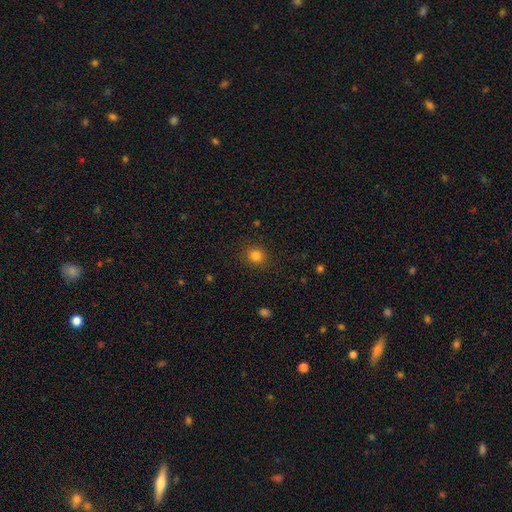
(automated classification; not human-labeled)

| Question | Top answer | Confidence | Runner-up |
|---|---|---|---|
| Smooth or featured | smooth | 82% | star or artifact (13%) |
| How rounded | round | 86% | in between (13%) |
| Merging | none | 90% | minor disturbance (7%) |